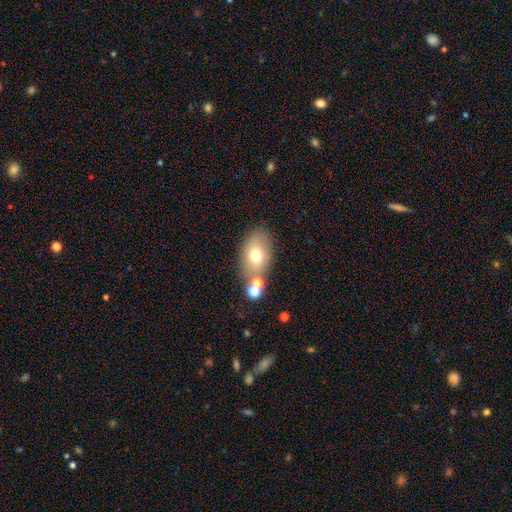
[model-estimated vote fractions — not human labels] Overall: smooth (69%). How rounded: in between (85%). Merging: none (70%).